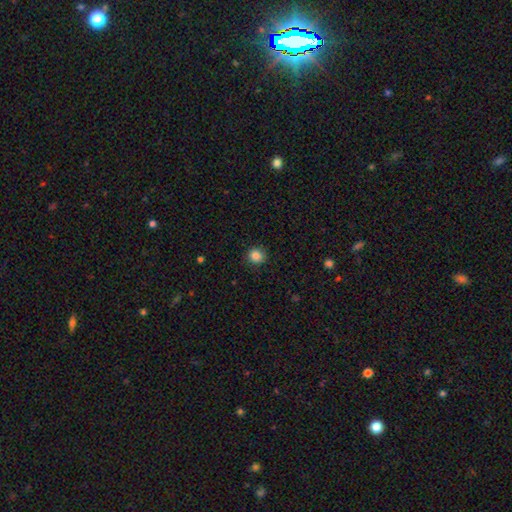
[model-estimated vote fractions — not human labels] Q: Smooth or featured?
A: smooth (85%); runner-up: star or artifact (11%)
Q: How rounded?
A: round (89%); runner-up: in between (10%)
Q: Merging?
A: none (89%); runner-up: minor disturbance (8%)